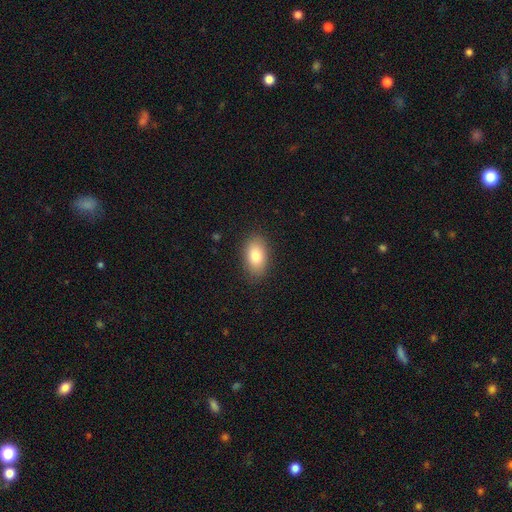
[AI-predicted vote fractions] The model was most divided on "smooth or featured": smooth: 81%, featured or disk: 11%, star or artifact: 7%. More confident: how rounded — in between (91%); merging — none (86%).